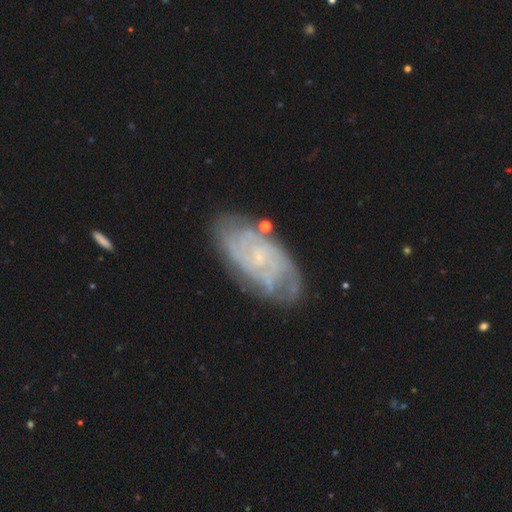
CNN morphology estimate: smooth_or_featured: featured or disk (p=0.77) [alt: smooth p=0.15]
disk_edge_on: no (p=0.94) [alt: yes p=0.06]
bar: no (p=0.68) [alt: weak p=0.27]
has_spiral_arms: yes (p=0.92) [alt: no p=0.08]
spiral_winding: tight (p=0.63) [alt: medium p=0.29]
spiral_arm_count: can't tell (p=0.43) [alt: 2 p=0.17]
bulge_size: small (p=0.77) [alt: moderate p=0.11]
merging: none (p=0.78) [alt: minor disturbance p=0.15]